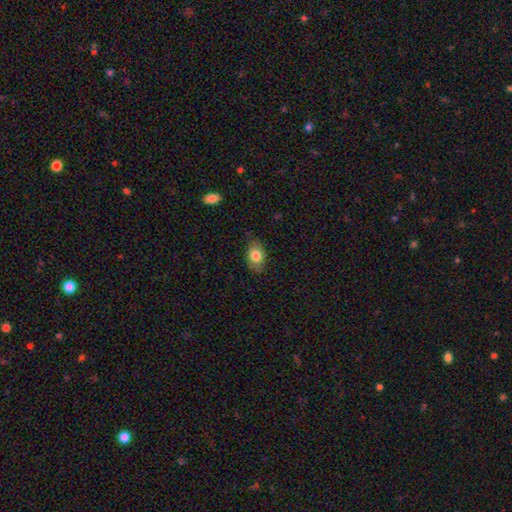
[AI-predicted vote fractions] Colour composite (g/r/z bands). It shows a smooth galaxy with no disk features (80%) that is in between round and cigar-shaped (79%). Merging: none (76%).